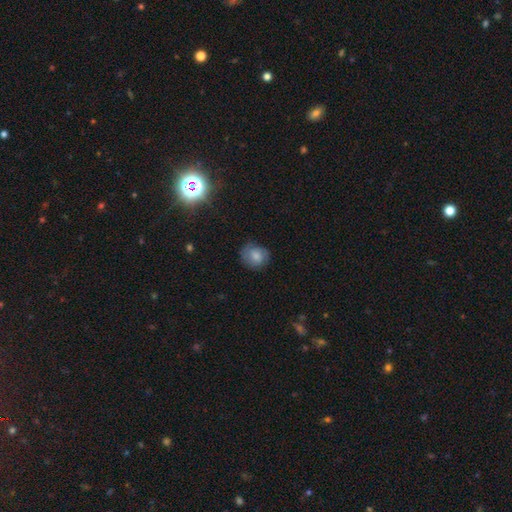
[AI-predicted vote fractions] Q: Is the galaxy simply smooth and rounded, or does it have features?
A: smooth — 69%.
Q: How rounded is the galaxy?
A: round — 72%.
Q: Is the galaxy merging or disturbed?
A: none — 71%.